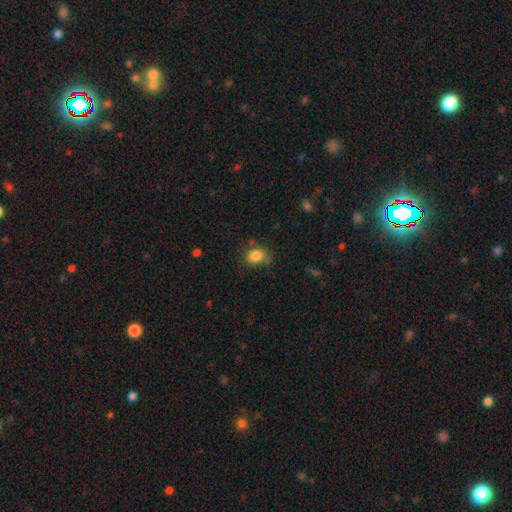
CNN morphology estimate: Smooth or featured: smooth — 84% (star or artifact — 10%)
How rounded: in between — 50% (round — 49%)
Merging: none — 69% (minor disturbance — 20%)